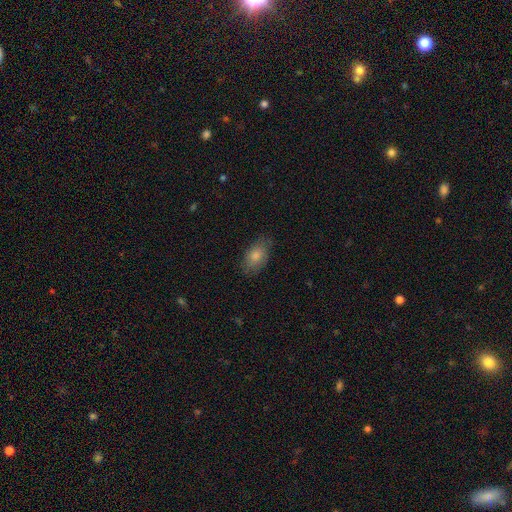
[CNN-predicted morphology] smooth-or-featured: smooth: 82% | featured or disk: 11% | star or artifact: 7%
  how-rounded: in between: 91% | round: 7% | cigar-shaped: 2%
  merging: none: 77% | minor disturbance: 18% | major disturbance: 4% | merger: 1%